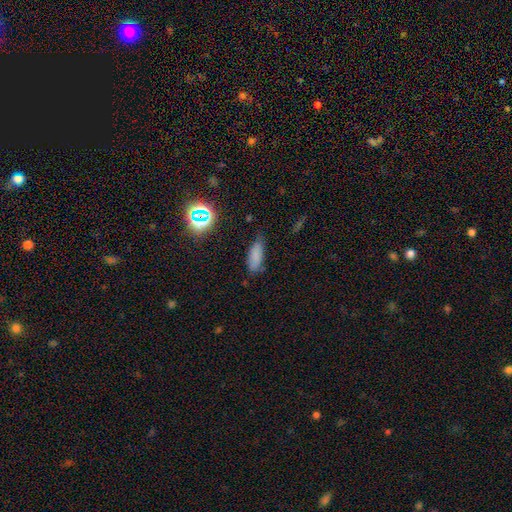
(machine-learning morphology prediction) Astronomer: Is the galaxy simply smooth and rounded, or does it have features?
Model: smooth — 77%.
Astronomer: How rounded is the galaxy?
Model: in between — 67%.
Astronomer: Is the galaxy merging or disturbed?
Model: none — 63%.